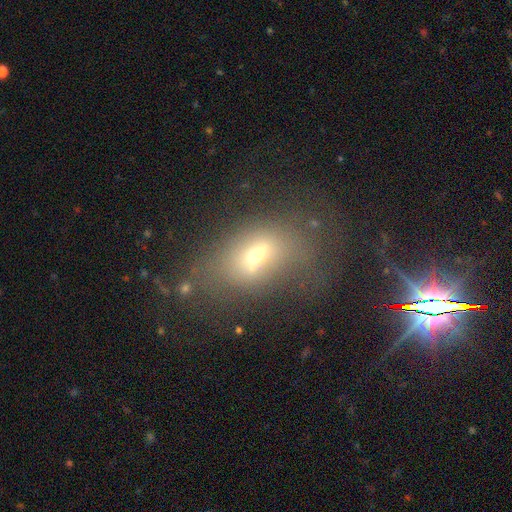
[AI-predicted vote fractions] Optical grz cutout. It shows a smooth galaxy with no disk features (51%) that is in between round and cigar-shaped (75%). Merging: none (44%).